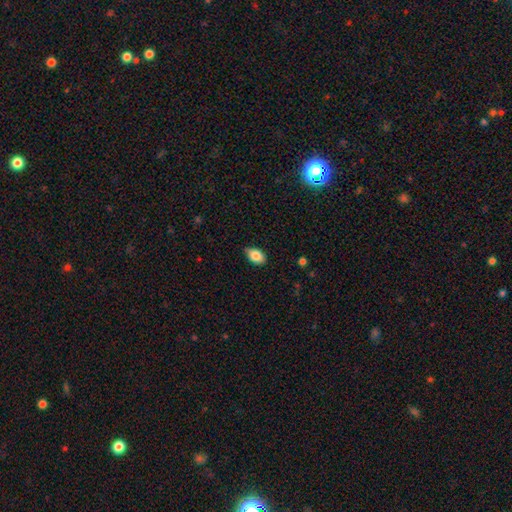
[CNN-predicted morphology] type=smooth (85%); roundness=in between (89%); merging=none (79%).